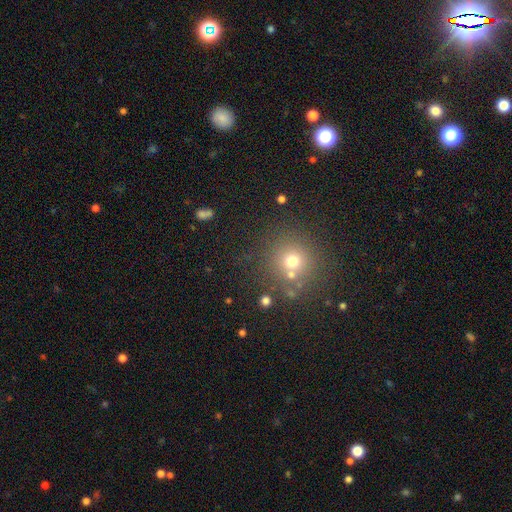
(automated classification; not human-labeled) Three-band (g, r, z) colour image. It shows a smooth galaxy with no disk features (55%) that is round (92%). Merging: none (80%).